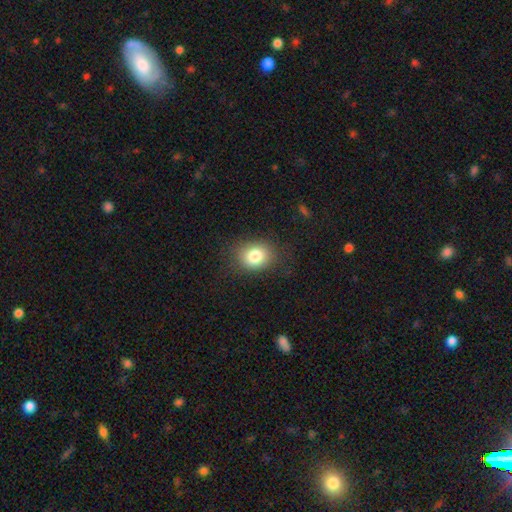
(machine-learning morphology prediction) smooth 72%, star or artifact 20%, featured or disk 8%. Down the decision tree: how rounded — round (58%); merging — none (89%).